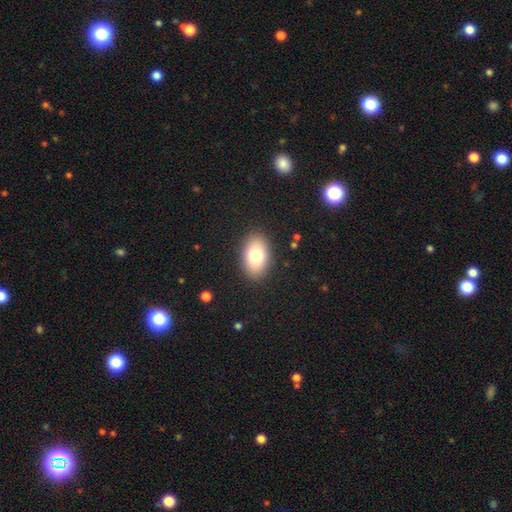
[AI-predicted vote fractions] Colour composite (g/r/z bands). It shows a smooth galaxy with no disk features (78%) that is in between round and cigar-shaped (88%). Merging: none (88%).